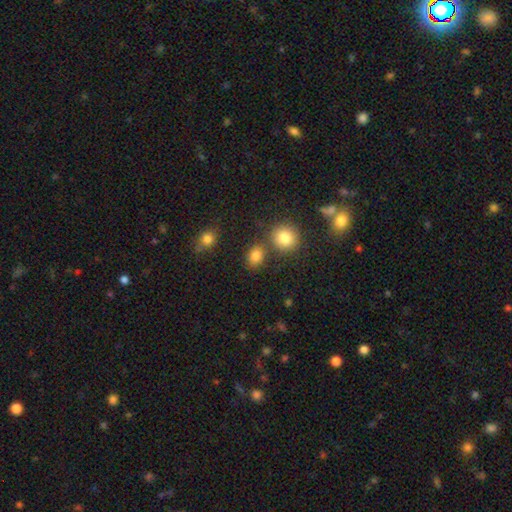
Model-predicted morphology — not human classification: smooth-or-featured: smooth: 81% | star or artifact: 13% | featured or disk: 6%
  how-rounded: in between: 52% | round: 46% | cigar-shaped: 1%
  merging: none: 69% | merger: 16% | minor disturbance: 11% | major disturbance: 4%